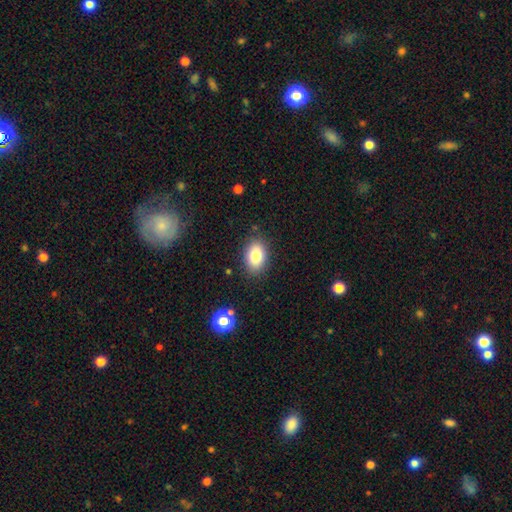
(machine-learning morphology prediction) Smooth or featured: smooth — 81% (featured or disk — 10%)
How rounded: in between — 82% (round — 17%)
Merging: none — 86% (minor disturbance — 10%)